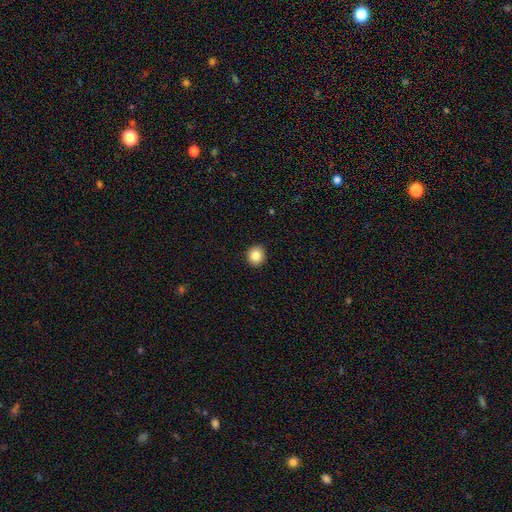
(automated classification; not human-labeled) A smooth galaxy with no disk features (85%) that is round (91%).

Vote fractions:
- Smooth or featured? smooth: 85% / star or artifact: 10% / featured or disk: 6%
- How rounded? round: 91% / in between: 8% / cigar-shaped: 1%
- Merging? none: 93% / minor disturbance: 5% / major disturbance: 2% / merger: 1%